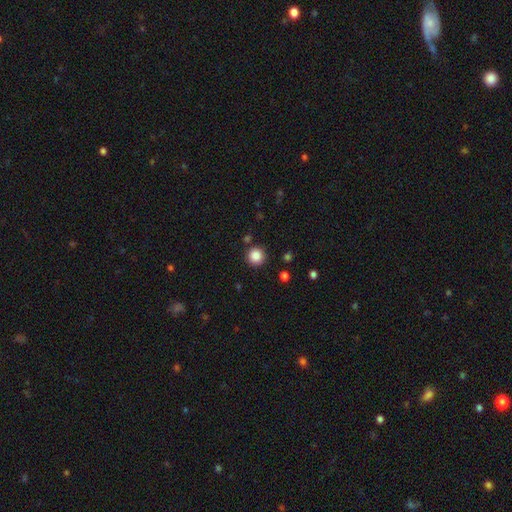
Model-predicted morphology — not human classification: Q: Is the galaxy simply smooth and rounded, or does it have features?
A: smooth — 86%.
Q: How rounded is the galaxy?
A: round — 95%.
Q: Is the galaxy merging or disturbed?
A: none — 89%.